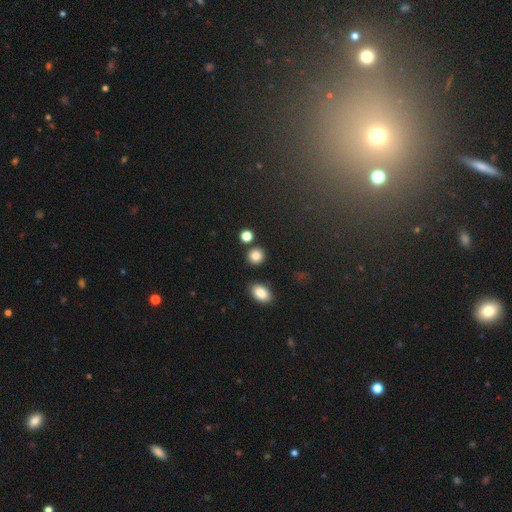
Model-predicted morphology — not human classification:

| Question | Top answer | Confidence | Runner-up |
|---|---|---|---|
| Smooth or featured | smooth | 84% | star or artifact (11%) |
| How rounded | round | 88% | in between (11%) |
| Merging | none | 84% | minor disturbance (7%) |